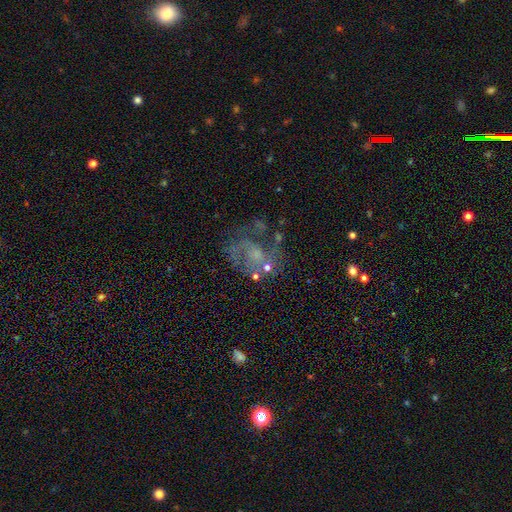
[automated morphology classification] Smooth or featured? featured or disk (70%)
Edge-on disk? no (98%)
Bar? no (66%)
Spiral arms? yes (77%)
Spiral winding? medium (48%)
Spiral arm count? 2 (57%)
Bulge size? small (39%)
Merging? none (51%)